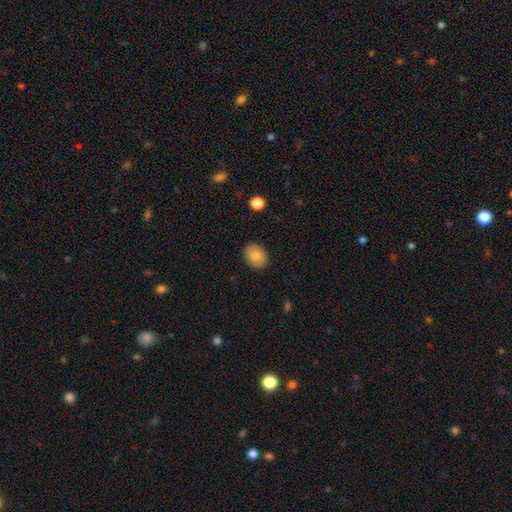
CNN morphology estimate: Q: Smooth or featured?
A: smooth (80%); runner-up: featured or disk (12%)
Q: How rounded?
A: in between (55%); runner-up: round (44%)
Q: Merging?
A: none (88%); runner-up: minor disturbance (8%)